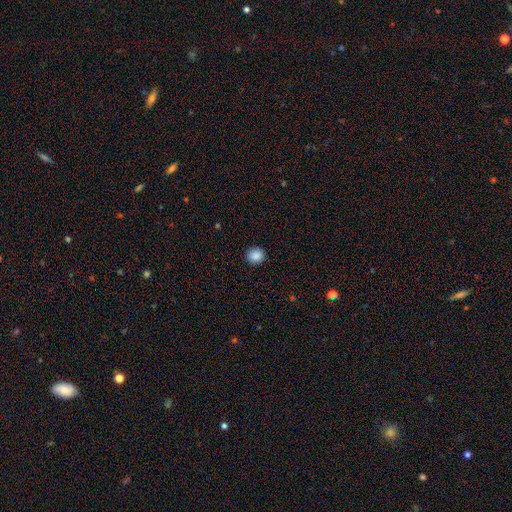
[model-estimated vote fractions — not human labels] A smooth galaxy with no disk features (88%) that is round (80%). Merging: none (91%).